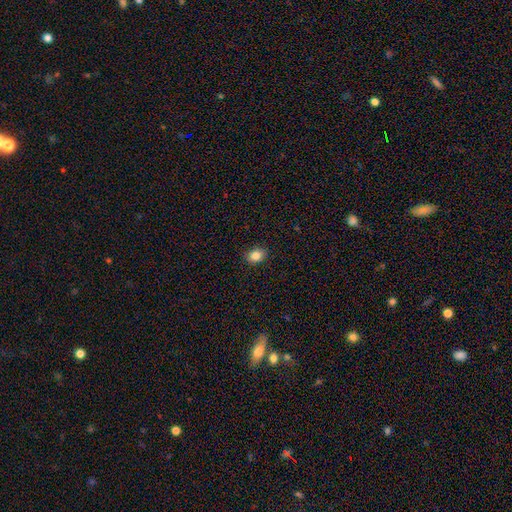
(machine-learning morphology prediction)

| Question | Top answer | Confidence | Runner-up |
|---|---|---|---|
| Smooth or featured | smooth | 85% | star or artifact (10%) |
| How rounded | in between | 60% | round (39%) |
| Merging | none | 89% | minor disturbance (8%) |